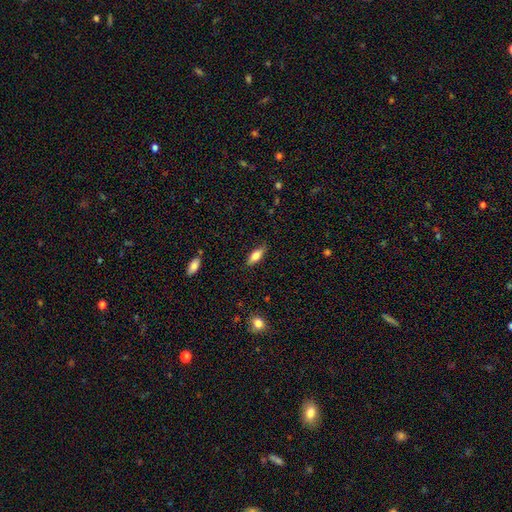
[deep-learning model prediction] This appears to be a smooth galaxy with no disk features (69%) that is in between round and cigar-shaped (70%). Merging: none (84%).